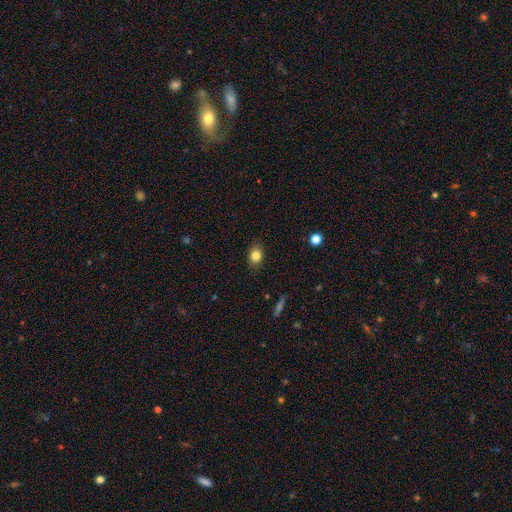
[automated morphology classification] A smooth galaxy with no disk features (82%) that is in between round and cigar-shaped (62%). Merging: none (86%).